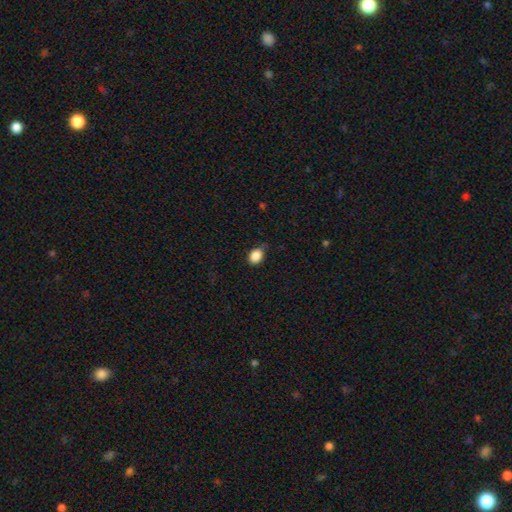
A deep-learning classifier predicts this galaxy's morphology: smooth-or-featured: smooth: 88% | star or artifact: 9% | featured or disk: 3%
  how-rounded: in between: 71% | round: 28% | cigar-shaped: 1%
  merging: none: 74% | minor disturbance: 21% | major disturbance: 4% | merger: 1%